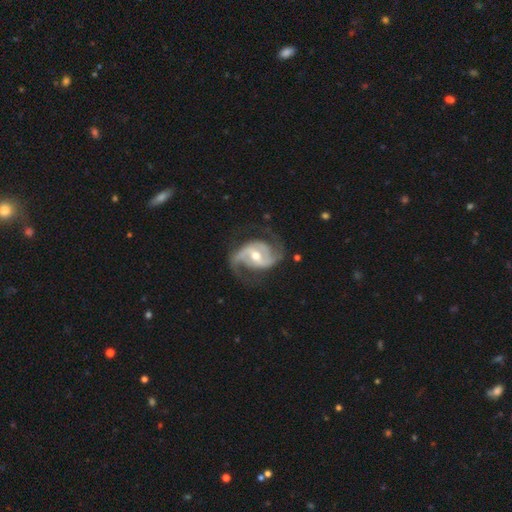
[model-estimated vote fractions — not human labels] This appears to be a featured or disk galaxy (90%) with a weak bar (45%), 2 (84%) medium (51%) spiral arms (97%) and a moderate central bulge (69%). Merging: none (68%).